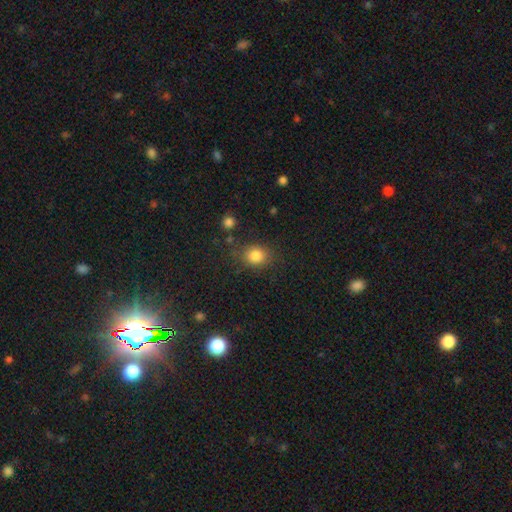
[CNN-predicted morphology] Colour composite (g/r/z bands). It shows a smooth galaxy with no disk features (83%) that is round (63%). Merging: none (74%).